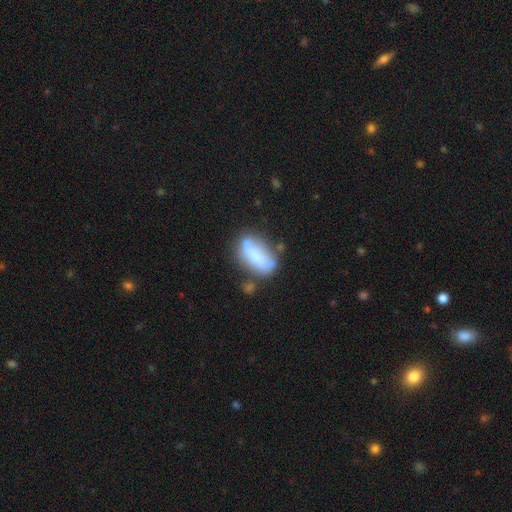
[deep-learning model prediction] smooth 63%, featured or disk 29%, star or artifact 8%. Down the decision tree: how rounded — in between (84%); merging — none (48%).